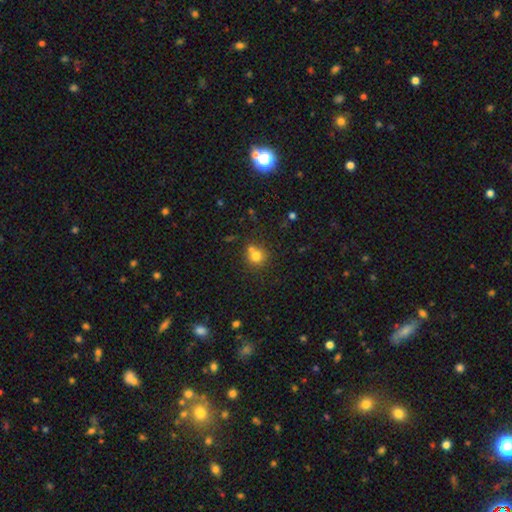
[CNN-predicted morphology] The model was most divided on "merging": none: 55%, merger: 32%, minor disturbance: 10%, major disturbance: 4%. More confident: how rounded — round (86%); smooth or featured — smooth (75%).